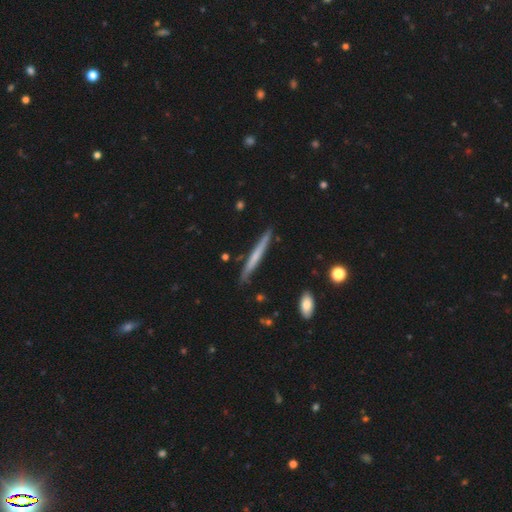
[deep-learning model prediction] Overall: smooth (49%; featured or disk 45%). Merging: none (86%).